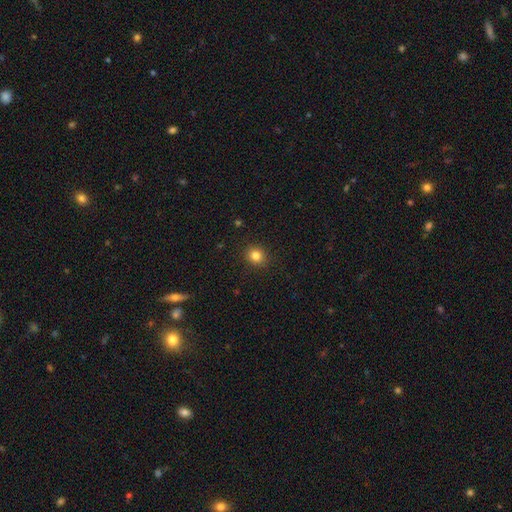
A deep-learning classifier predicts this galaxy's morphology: Smooth or featured: smooth — 83% (star or artifact — 12%)
How rounded: round — 82% (in between — 17%)
Merging: none — 90% (minor disturbance — 7%)